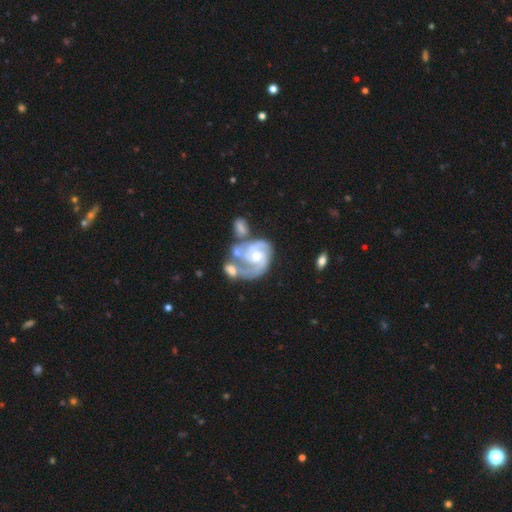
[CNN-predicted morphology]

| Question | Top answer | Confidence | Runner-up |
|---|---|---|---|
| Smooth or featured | featured or disk | 86% | smooth (9%) |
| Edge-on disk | no | 98% | yes (2%) |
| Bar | no | 66% | weak (27%) |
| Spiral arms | yes | 94% | no (6%) |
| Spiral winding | tight | 46% | medium (41%) |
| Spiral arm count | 3 | 35% | 2 (31%) |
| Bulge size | moderate | 58% | small (34%) |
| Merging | merger | 37% | none (26%) |